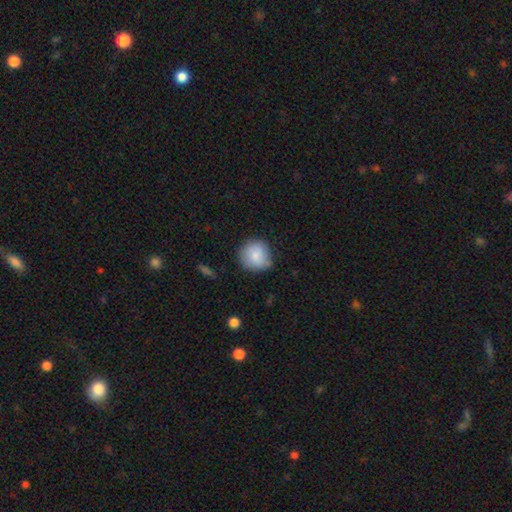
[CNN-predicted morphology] This is clearly a smooth galaxy (80%). How rounded: clearly round (90%). Merging: likely none (73%).